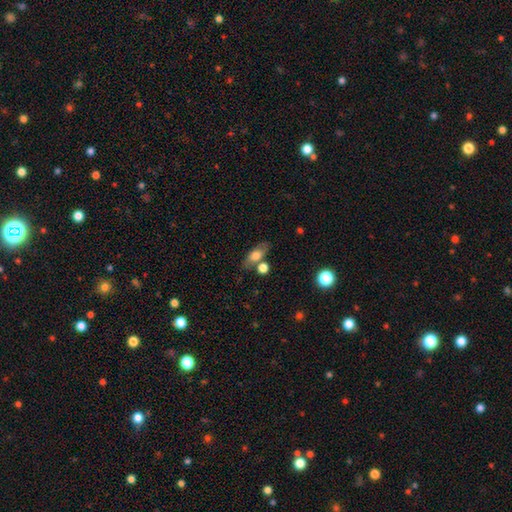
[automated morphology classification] Q: Smooth or featured?
A: smooth (70%); runner-up: featured or disk (22%)
Q: How rounded?
A: in between (76%); runner-up: cigar-shaped (15%)
Q: Merging?
A: none (65%); runner-up: merger (16%)